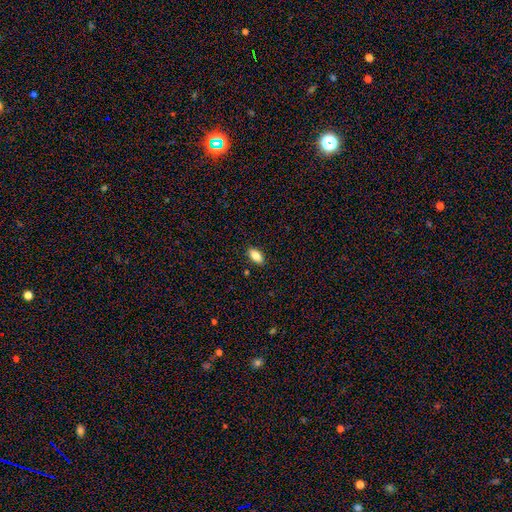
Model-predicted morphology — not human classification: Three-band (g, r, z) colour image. It shows a smooth galaxy with no disk features (86%) that is in between round and cigar-shaped (91%). Merging: none (88%).